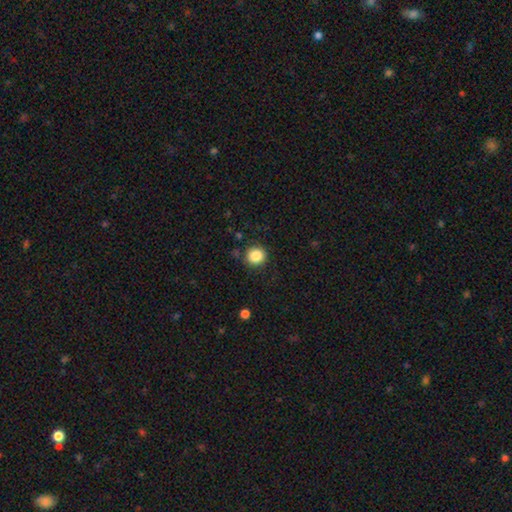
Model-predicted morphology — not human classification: Smooth or featured?
  - smooth: 86% *
  - star or artifact: 10%
  - featured or disk: 4%
How rounded?
  - round: 92% *
  - in between: 7%
  - cigar-shaped: 1%
Merging?
  - none: 87% *
  - minor disturbance: 8%
  - major disturbance: 3%
  - merger: 2%